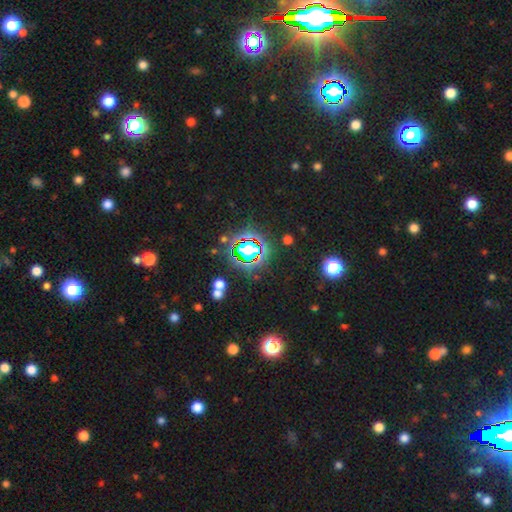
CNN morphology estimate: Smooth or featured? Predicted: star or artifact (p=0.73).